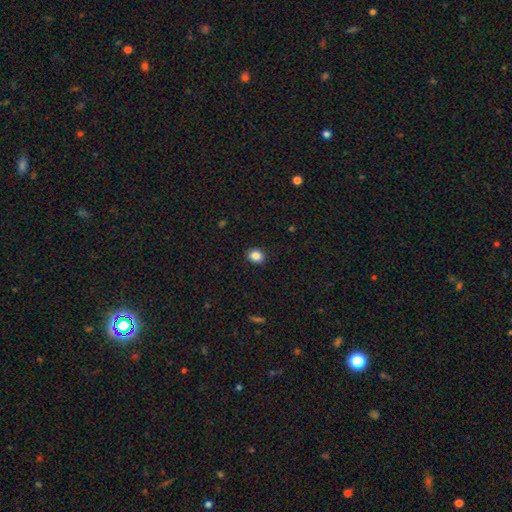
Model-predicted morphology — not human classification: Smooth or featured: smooth — 85% (star or artifact — 10%)
How rounded: round — 62% (in between — 37%)
Merging: none — 91% (minor disturbance — 7%)